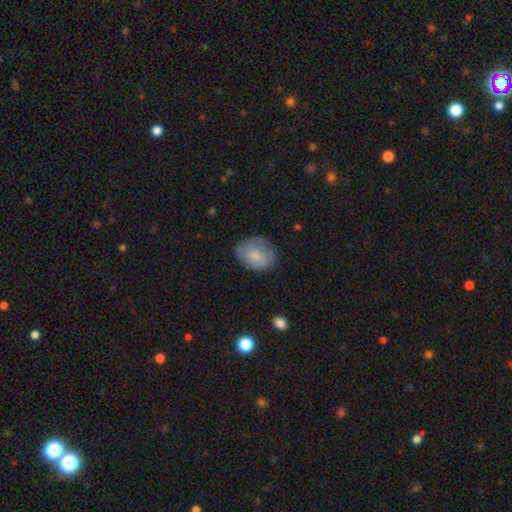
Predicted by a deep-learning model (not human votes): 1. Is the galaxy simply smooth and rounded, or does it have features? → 72% smooth, 21% featured or disk, 7% star or artifact.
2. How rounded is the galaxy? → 56% in between, 43% round, 1% cigar-shaped.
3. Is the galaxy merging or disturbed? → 66% none, 25% minor disturbance, 8% major disturbance, 1% merger.